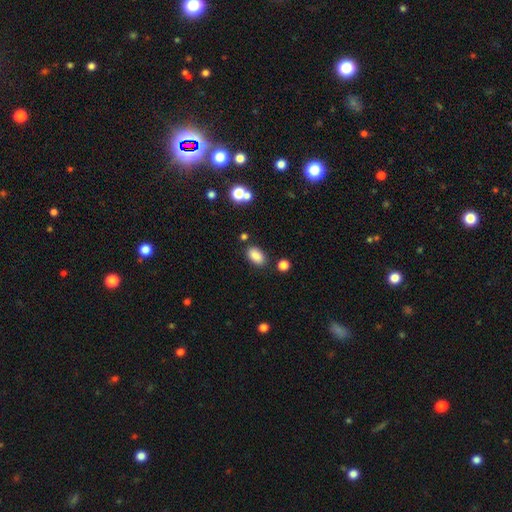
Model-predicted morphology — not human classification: smooth-or-featured: smooth: 86% | star or artifact: 9% | featured or disk: 5%
  how-rounded: in between: 91% | round: 7% | cigar-shaped: 2%
  merging: none: 82% | minor disturbance: 11% | merger: 4% | major disturbance: 3%